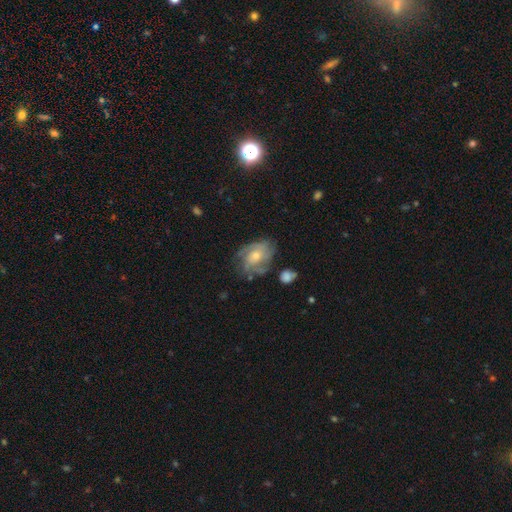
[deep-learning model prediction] Smooth or featured? featured or disk (73%)
Edge-on disk? no (97%)
Bar? no (69%)
Spiral arms? yes (89%)
Spiral winding? tight (49%)
Spiral arm count? can't tell (35%)
Bulge size? moderate (53%)
Merging? none (67%)